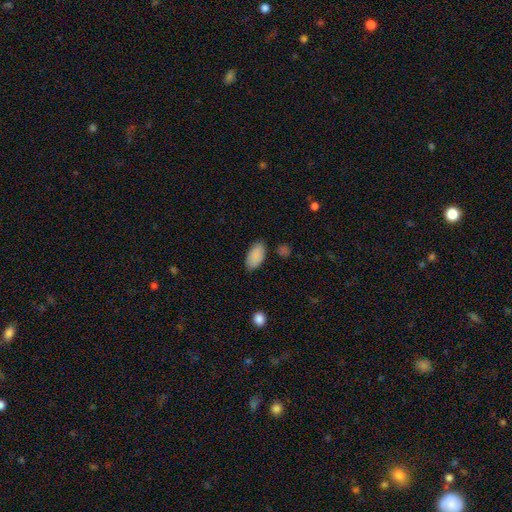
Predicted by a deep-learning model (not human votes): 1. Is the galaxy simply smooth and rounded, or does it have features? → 89% smooth, 7% star or artifact, 4% featured or disk.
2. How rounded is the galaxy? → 94% in between, 3% cigar-shaped, 3% round.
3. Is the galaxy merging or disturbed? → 83% none, 12% minor disturbance, 3% major disturbance, 2% merger.